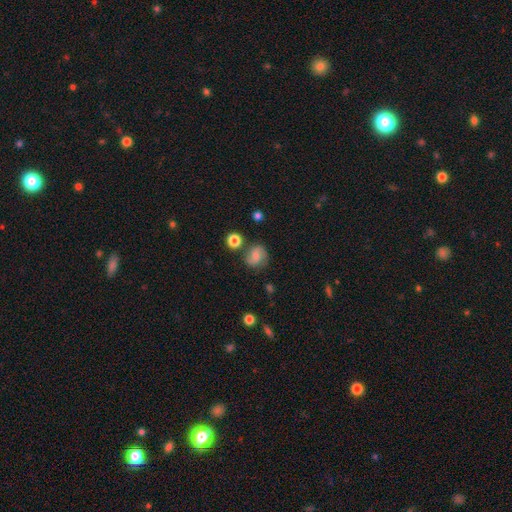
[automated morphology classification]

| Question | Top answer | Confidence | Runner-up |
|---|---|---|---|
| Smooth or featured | featured or disk | 53% | smooth (37%) |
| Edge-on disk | no | 98% | yes (2%) |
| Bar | no | 50% | weak (41%) |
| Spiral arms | yes | 92% | no (8%) |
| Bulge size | small | 42% | moderate (35%) |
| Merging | none | 72% | minor disturbance (16%) |